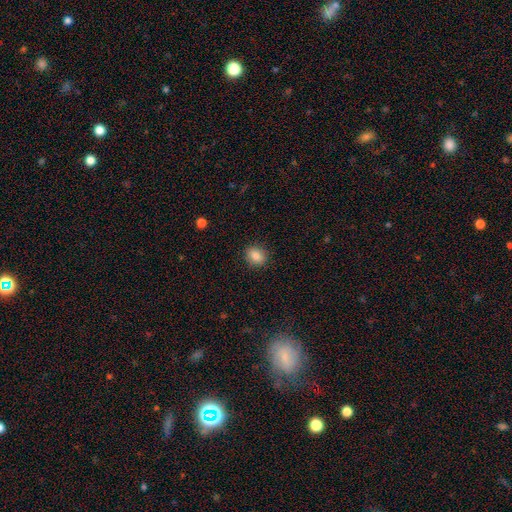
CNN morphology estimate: Smooth or featured: smooth — 86% (star or artifact — 9%)
How rounded: round — 56% (in between — 43%)
Merging: none — 89% (minor disturbance — 8%)